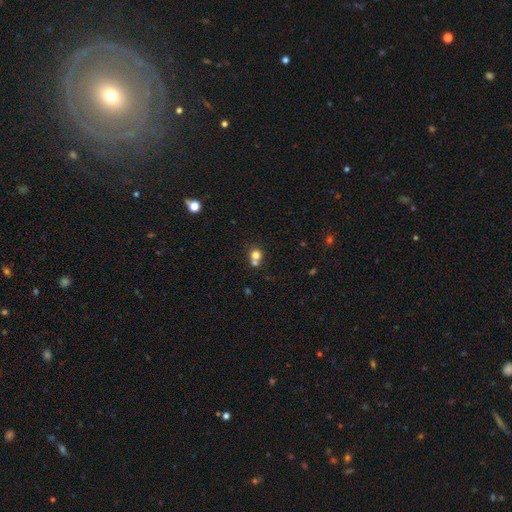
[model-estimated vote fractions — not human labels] smooth 77%, star or artifact 13%, featured or disk 10%. Down the decision tree: how rounded — round (84%); merging — none (45%).